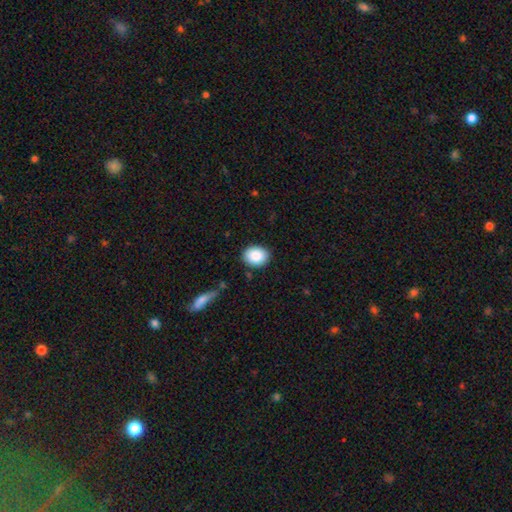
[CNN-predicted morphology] Smooth or featured?
  - smooth: 88% *
  - star or artifact: 7%
  - featured or disk: 4%
How rounded?
  - in between: 52% *
  - round: 47%
  - cigar-shaped: 1%
Merging?
  - none: 87% *
  - minor disturbance: 9%
  - major disturbance: 2%
  - merger: 2%